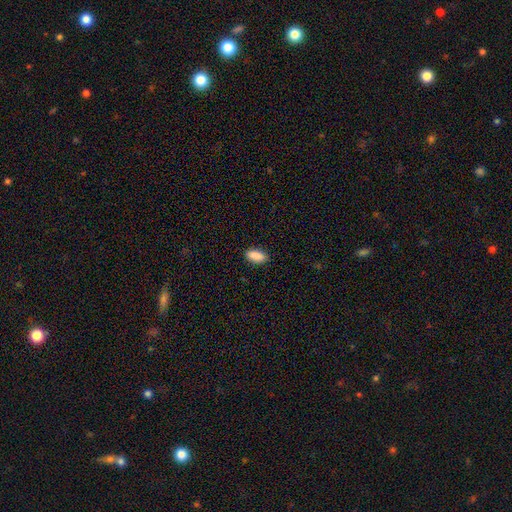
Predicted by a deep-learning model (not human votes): A smooth galaxy with no disk features (90%) that is in between round and cigar-shaped (88%). Merging: none (88%).